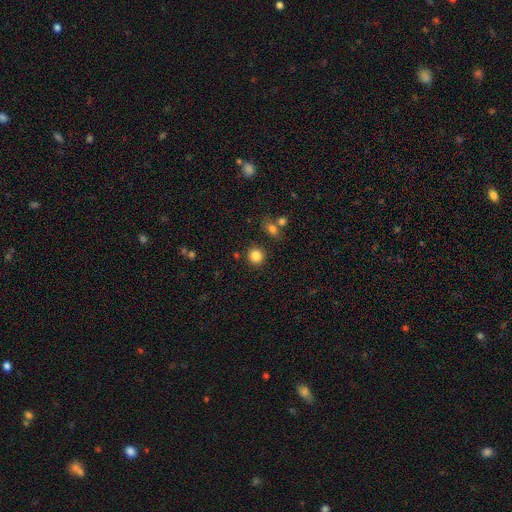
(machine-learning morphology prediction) Smooth or featured? Predicted: smooth (p=0.85). How rounded? Predicted: round (p=0.90). Merging? Predicted: none (p=0.85).